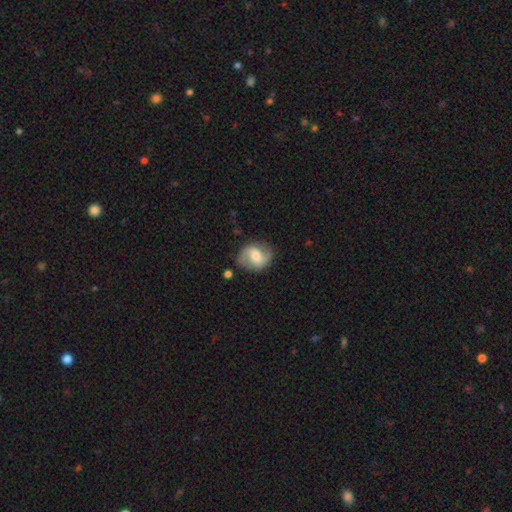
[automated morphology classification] Smooth or featured? Predicted: featured or disk (p=0.73). Edge-on disk? Predicted: no (p=0.97). Bar? Predicted: weak (p=0.50). Spiral arms? Predicted: yes (p=0.92). Spiral winding? Predicted: loose (p=0.44). Spiral arm count? Predicted: 2 (p=0.91). Bulge size? Predicted: moderate (p=0.58). Merging? Predicted: none (p=0.80).